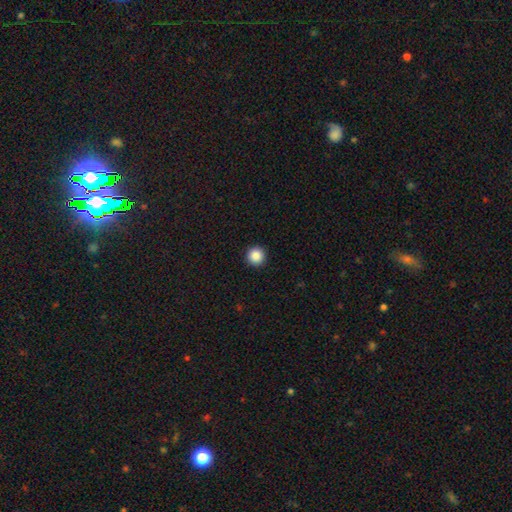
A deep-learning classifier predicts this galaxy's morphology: Smooth or featured? smooth (88%)
How rounded? round (96%)
Merging? none (93%)